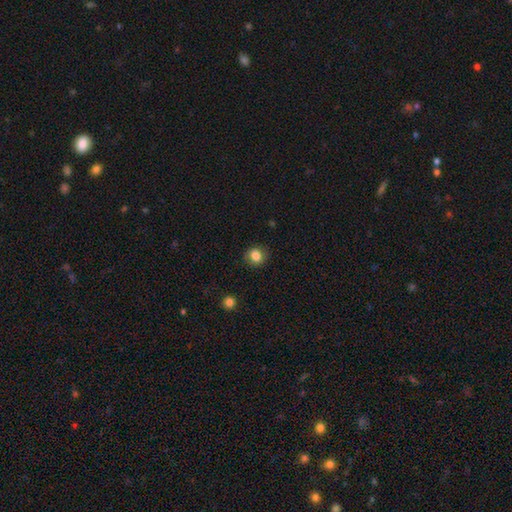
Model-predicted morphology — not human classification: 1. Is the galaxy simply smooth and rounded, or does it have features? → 83% smooth, 10% star or artifact, 7% featured or disk.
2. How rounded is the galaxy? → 81% round, 19% in between, 1% cigar-shaped.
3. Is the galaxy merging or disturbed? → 86% none, 10% minor disturbance, 3% major disturbance, 1% merger.